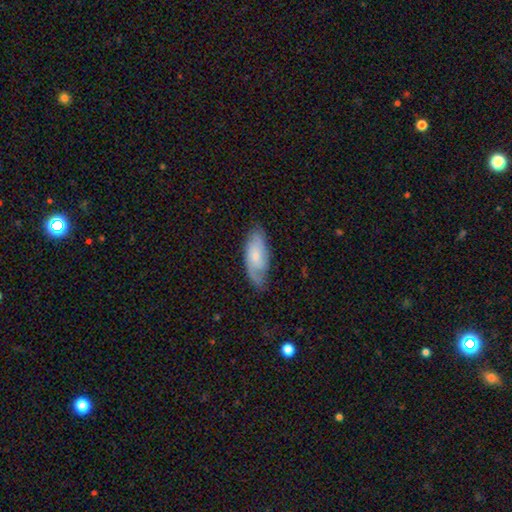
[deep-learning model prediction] Smooth or featured?
  - featured or disk: 56% *
  - smooth: 37%
  - star or artifact: 6%
Edge-on disk?
  - no: 89% *
  - yes: 11%
Bar?
  - no: 64% *
  - weak: 31%
  - strong: 5%
Spiral arms?
  - yes: 90% *
  - no: 10%
Bulge size?
  - small: 59% *
  - moderate: 29%
  - none: 8%
  - large: 3%
  - dominant: 1%
Merging?
  - none: 73% *
  - minor disturbance: 21%
  - major disturbance: 6%
  - merger: 1%